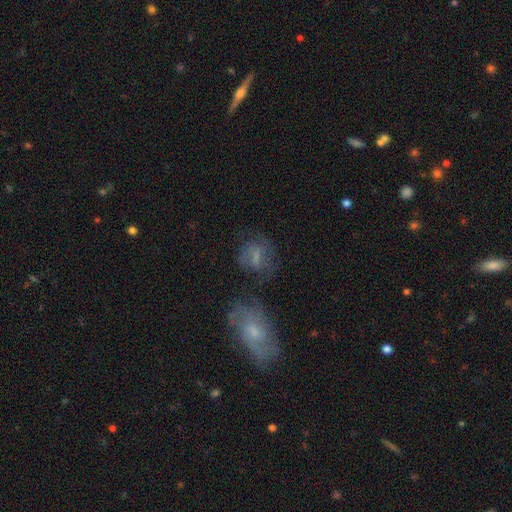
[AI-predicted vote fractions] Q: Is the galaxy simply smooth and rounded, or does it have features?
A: smooth — 48%.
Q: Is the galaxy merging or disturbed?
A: none — 51%.